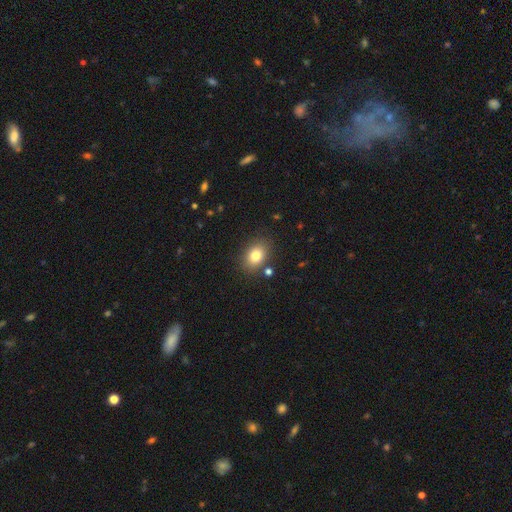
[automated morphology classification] This appears to be a smooth galaxy with no disk features (81%) that is in between round and cigar-shaped (72%). Merging: none (83%).